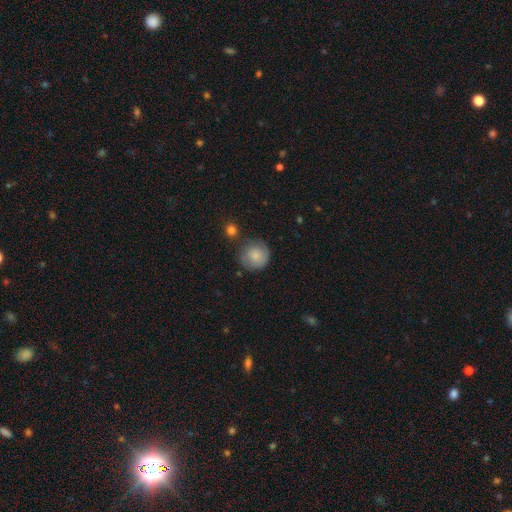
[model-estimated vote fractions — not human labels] smooth_or_featured: smooth (p=0.74) [alt: featured or disk p=0.19]
how_rounded: round (p=0.91) [alt: in between p=0.08]
merging: none (p=0.69) [alt: minor disturbance p=0.20]